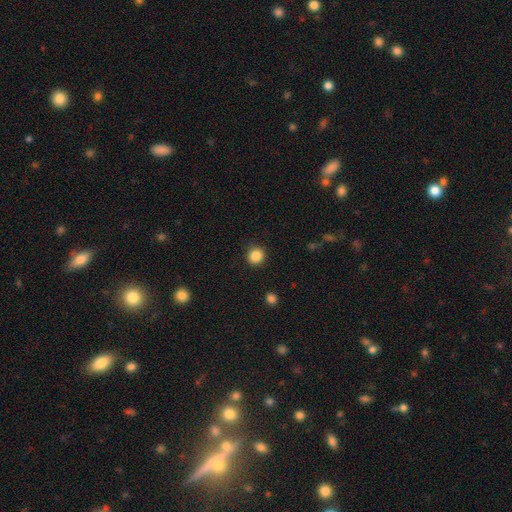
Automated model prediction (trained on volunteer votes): Morphology: type=smooth (86%); roundness=round (93%); merging=none (91%).